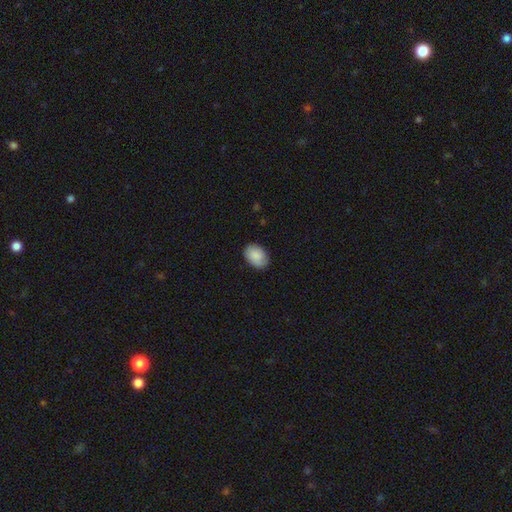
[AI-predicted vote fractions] Smooth or featured? Predicted: smooth (p=0.88). How rounded? Predicted: in between (p=0.82). Merging? Predicted: none (p=0.83).